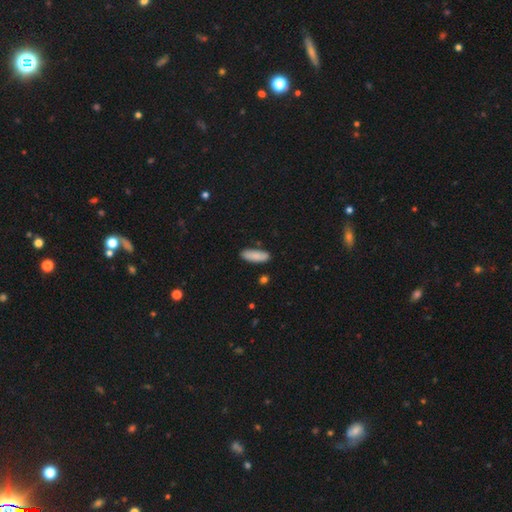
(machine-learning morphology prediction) A smooth galaxy with no disk features (88%) that is in between round and cigar-shaped (63%).

Vote fractions:
- Smooth or featured? smooth: 88% / star or artifact: 6% / featured or disk: 6%
- How rounded? in between: 63% / cigar-shaped: 35% / round: 2%
- Merging? none: 85% / minor disturbance: 11% / merger: 2% / major disturbance: 2%